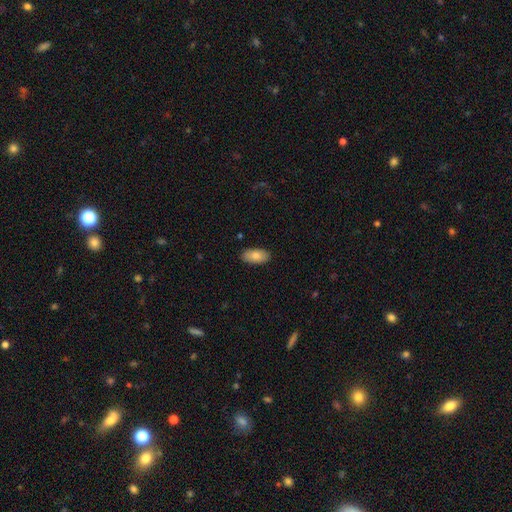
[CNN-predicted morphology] Overall: smooth (83%). How rounded: in between (93%). Merging: none (88%).